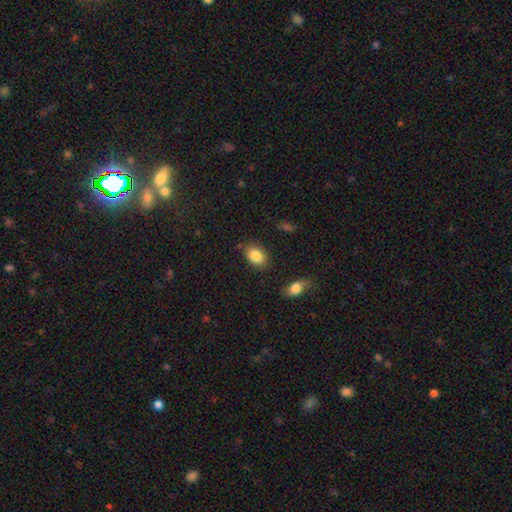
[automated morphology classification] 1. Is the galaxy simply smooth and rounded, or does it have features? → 85% smooth, 8% star or artifact, 7% featured or disk.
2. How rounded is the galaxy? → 80% in between, 18% round, 1% cigar-shaped.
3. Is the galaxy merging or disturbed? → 83% none, 12% minor disturbance, 3% merger, 3% major disturbance.